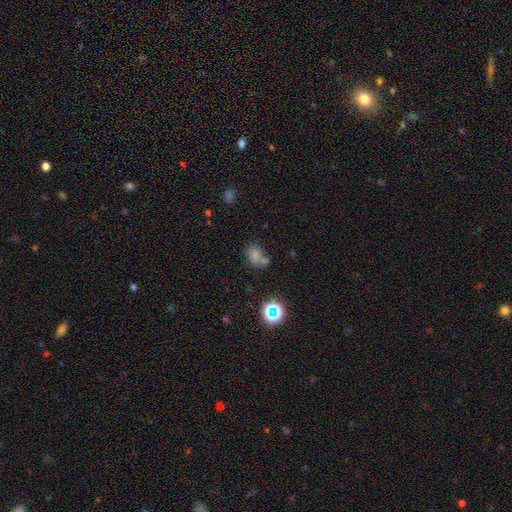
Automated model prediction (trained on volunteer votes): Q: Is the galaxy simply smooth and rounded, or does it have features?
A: smooth — 68%.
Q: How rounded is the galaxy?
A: in between — 55%.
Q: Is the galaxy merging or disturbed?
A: none — 46%.